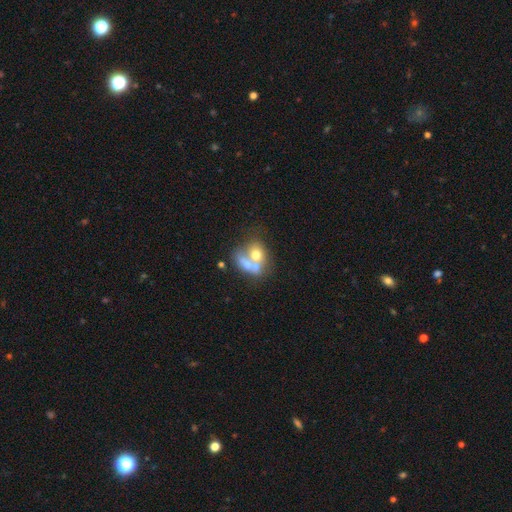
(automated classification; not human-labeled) Smooth or featured? Predicted: smooth (p=0.53). How rounded? Predicted: round (p=0.49, tied with in between). Merging? Predicted: merger (p=0.66).